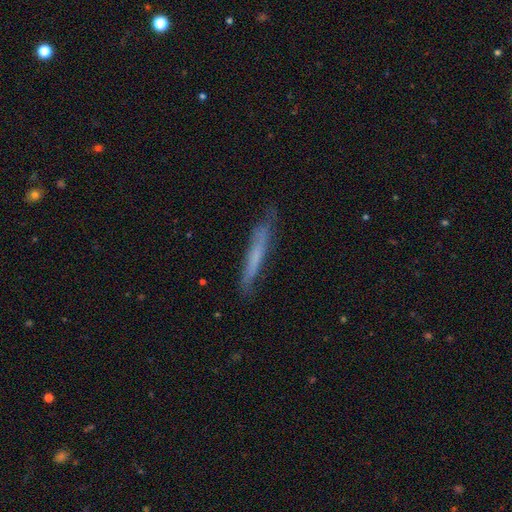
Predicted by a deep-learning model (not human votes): Smooth or featured: smooth — 51% (featured or disk — 41%)
How rounded: cigar-shaped — 95% (in between — 4%)
Merging: none — 77% (minor disturbance — 18%)